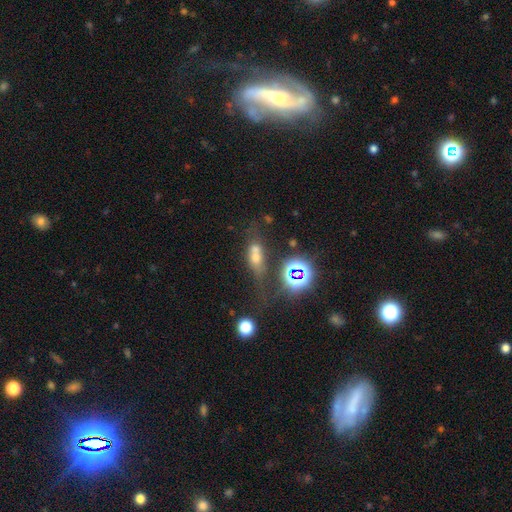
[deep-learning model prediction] This appears to be a smooth galaxy with no disk features (53%) that is in between round and cigar-shaped (56%). Merging: merger (40%).